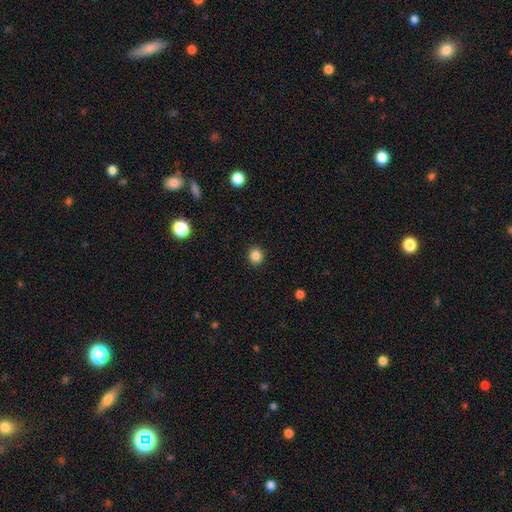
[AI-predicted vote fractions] This is clearly a smooth galaxy (85%). How rounded: clearly round (86%). Merging: clearly none (91%).